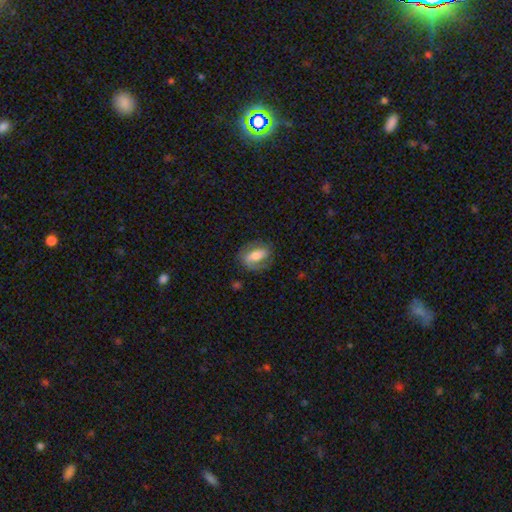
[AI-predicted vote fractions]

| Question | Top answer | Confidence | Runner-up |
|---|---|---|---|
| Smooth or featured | featured or disk | 52% | smooth (41%) |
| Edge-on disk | no | 91% | yes (9%) |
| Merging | none | 69% | minor disturbance (19%) |